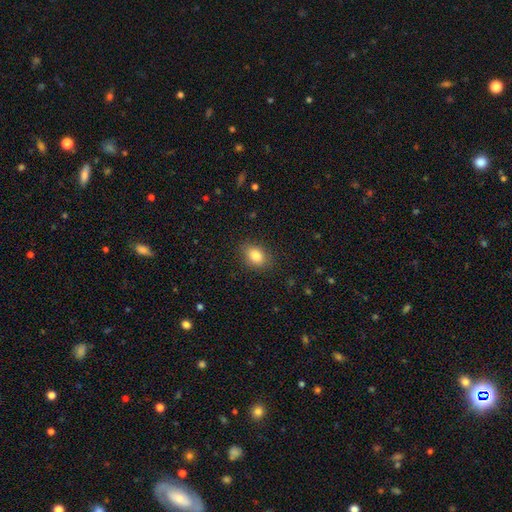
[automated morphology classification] smooth-or-featured: smooth: 84% | star or artifact: 9% | featured or disk: 7%
  how-rounded: in between: 73% | round: 26% | cigar-shaped: 1%
  merging: none: 86% | minor disturbance: 10% | major disturbance: 3% | merger: 1%